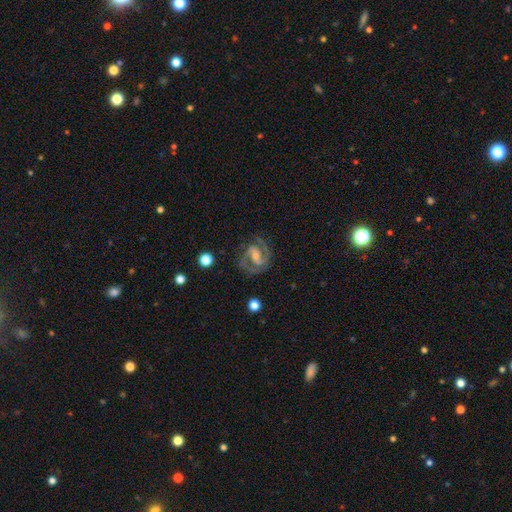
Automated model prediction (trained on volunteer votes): smooth_or_featured: featured or disk (p=0.90) [alt: star or artifact p=0.06]
disk_edge_on: no (p=0.98) [alt: yes p=0.02]
bar: weak (p=0.47) [alt: strong p=0.31]
has_spiral_arms: yes (p=0.97) [alt: no p=0.03]
spiral_winding: medium (p=0.55) [alt: tight p=0.35]
spiral_arm_count: 2 (p=0.88) [alt: 3 p=0.05]
bulge_size: small (p=0.55) [alt: moderate p=0.40]
merging: none (p=0.78) [alt: minor disturbance p=0.14]